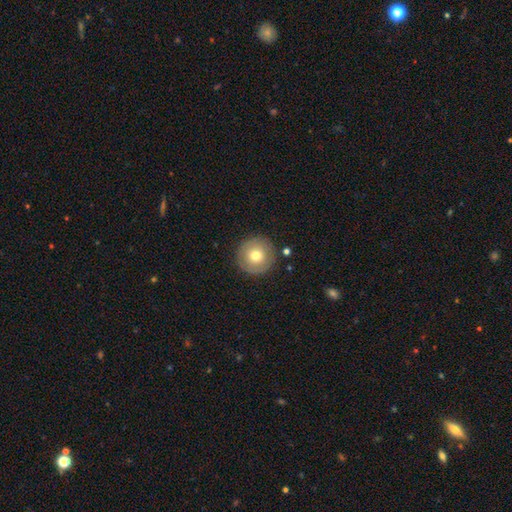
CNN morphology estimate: The model was most divided on "smooth or featured": smooth: 68%, featured or disk: 23%, star or artifact: 9%. More confident: how rounded — round (96%); merging — none (88%).